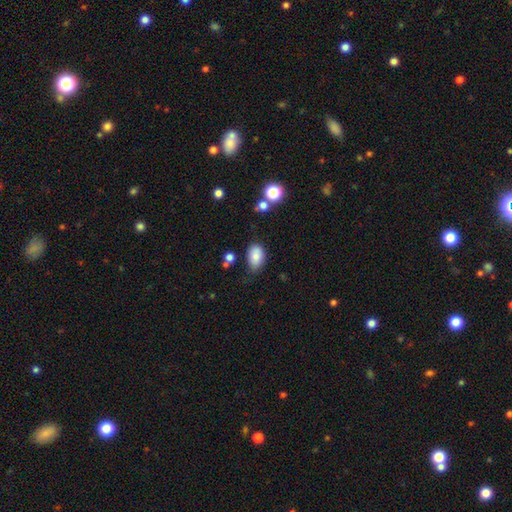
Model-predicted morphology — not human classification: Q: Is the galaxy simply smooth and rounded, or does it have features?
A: smooth — 81%.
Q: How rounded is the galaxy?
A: in between — 87%.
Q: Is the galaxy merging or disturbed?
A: none — 67%.